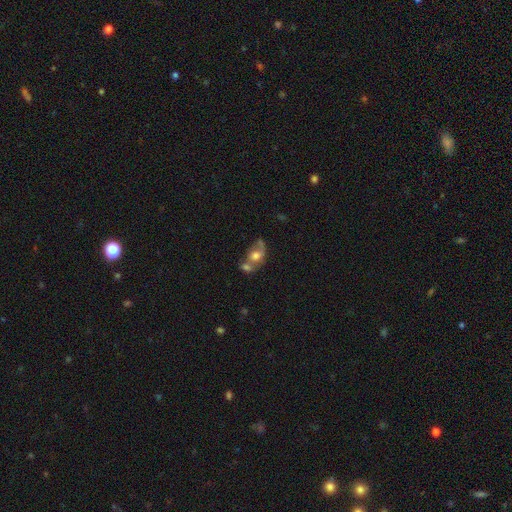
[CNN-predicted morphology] smooth 51%, featured or disk 40%, star or artifact 9%. Down the decision tree: how rounded — in between (65%); merging — merger (56%).